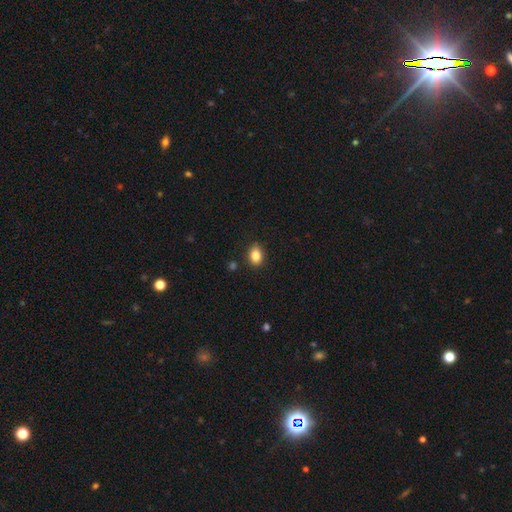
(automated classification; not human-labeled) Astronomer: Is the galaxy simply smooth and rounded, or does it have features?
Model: smooth — 85%.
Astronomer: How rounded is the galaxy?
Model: in between — 69%.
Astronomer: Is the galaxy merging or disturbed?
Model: none — 86%.